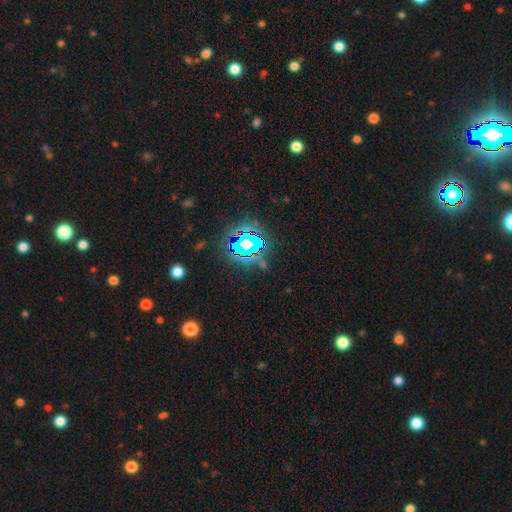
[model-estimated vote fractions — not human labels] This is clearly a star or artifact rather than a galaxy (81%).